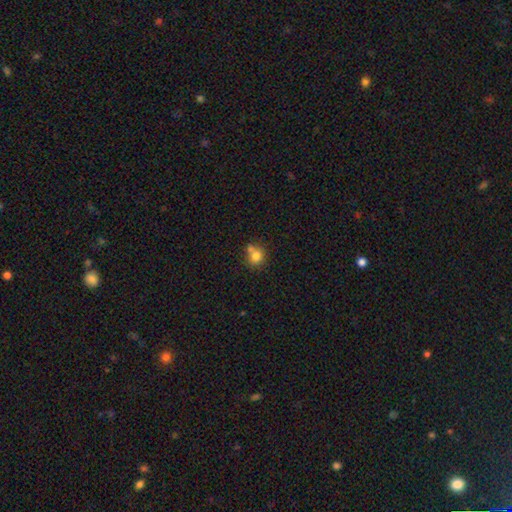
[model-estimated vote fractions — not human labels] smooth_or_featured: smooth (p=0.79) [alt: star or artifact p=0.11]
how_rounded: round (p=0.82) [alt: in between p=0.17]
merging: none (p=0.50) [alt: merger p=0.33]